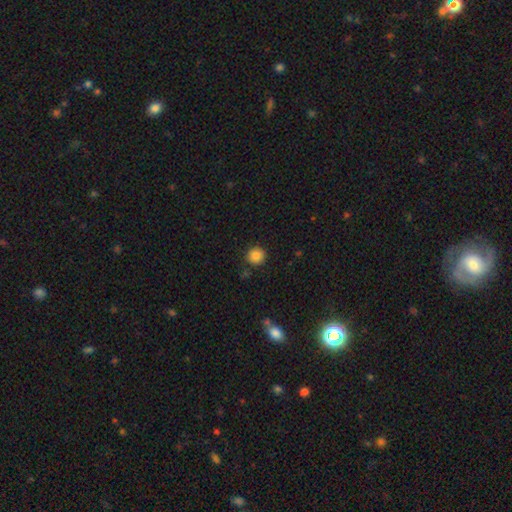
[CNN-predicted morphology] This is clearly a smooth galaxy (85%). How rounded: clearly round (92%). Merging: clearly none (88%).